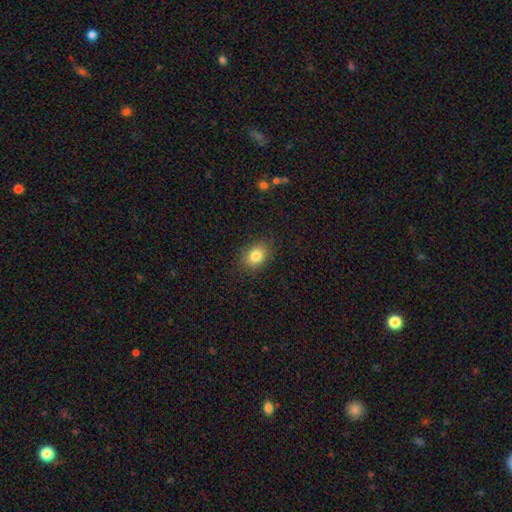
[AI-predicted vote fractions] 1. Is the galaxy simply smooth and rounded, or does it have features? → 82% smooth, 10% star or artifact, 8% featured or disk.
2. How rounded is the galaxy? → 63% in between, 36% round, 1% cigar-shaped.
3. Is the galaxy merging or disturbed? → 86% none, 10% minor disturbance, 3% major disturbance, 1% merger.